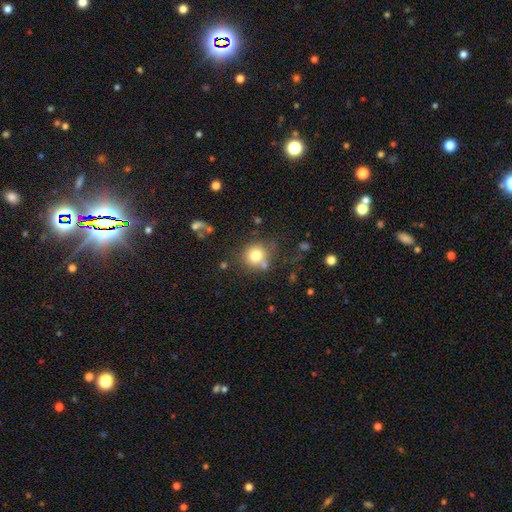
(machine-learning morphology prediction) Smooth or featured?
  - smooth: 77% *
  - star or artifact: 12%
  - featured or disk: 11%
How rounded?
  - round: 86% *
  - in between: 13%
  - cigar-shaped: 1%
Merging?
  - none: 66% *
  - minor disturbance: 15%
  - merger: 12%
  - major disturbance: 7%